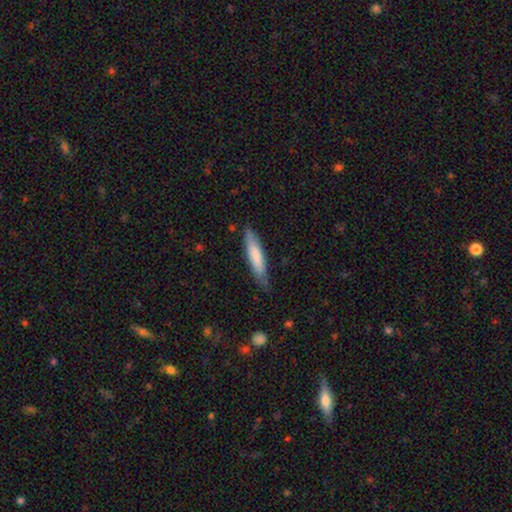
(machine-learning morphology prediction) Q: Smooth or featured?
A: smooth (73%); runner-up: featured or disk (22%)
Q: How rounded?
A: cigar-shaped (83%); runner-up: in between (16%)
Q: Merging?
A: none (77%); runner-up: minor disturbance (18%)